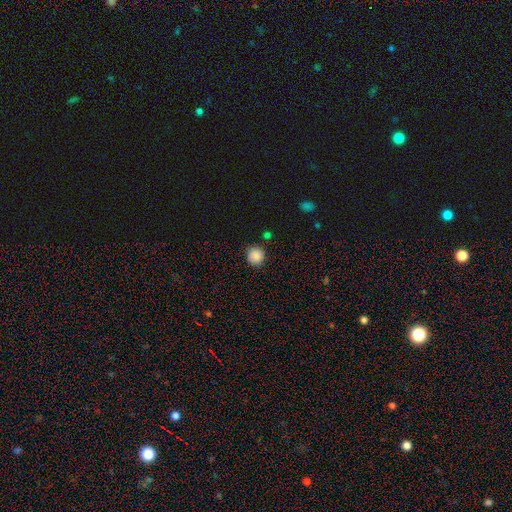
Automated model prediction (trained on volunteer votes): Smooth or featured?
  - smooth: 87% *
  - star or artifact: 9%
  - featured or disk: 3%
How rounded?
  - round: 92% *
  - in between: 7%
  - cigar-shaped: 1%
Merging?
  - none: 85% *
  - minor disturbance: 9%
  - merger: 3%
  - major disturbance: 2%